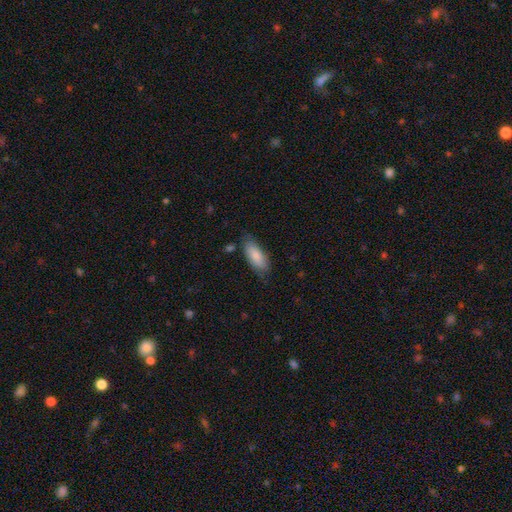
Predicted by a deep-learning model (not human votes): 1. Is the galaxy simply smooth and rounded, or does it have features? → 82% smooth, 12% featured or disk, 6% star or artifact.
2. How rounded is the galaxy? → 77% in between, 21% cigar-shaped, 2% round.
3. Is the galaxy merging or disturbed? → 72% none, 21% minor disturbance, 4% major disturbance, 2% merger.